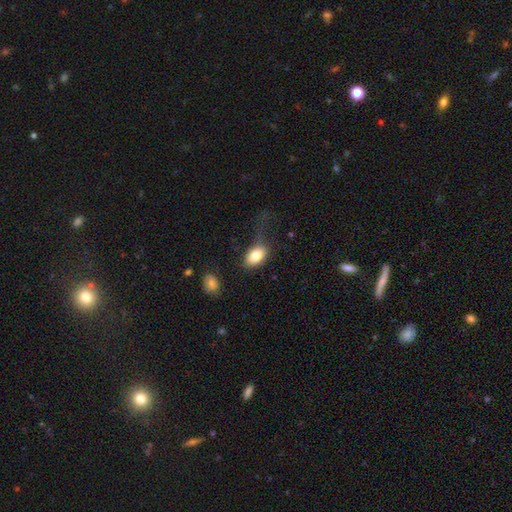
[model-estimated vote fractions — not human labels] Smooth or featured: smooth — 83% (featured or disk — 10%)
How rounded: in between — 88% (round — 11%)
Merging: none — 52% (minor disturbance — 24%)